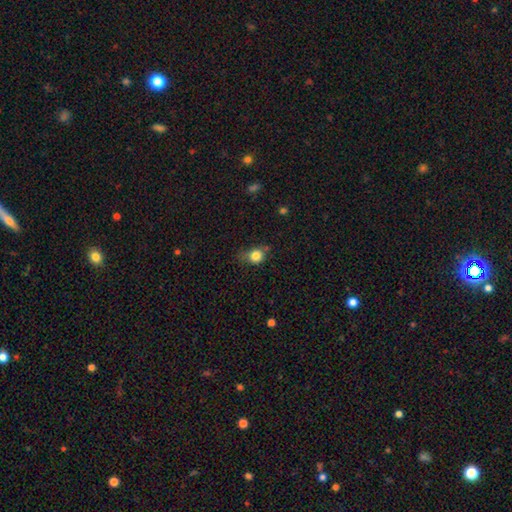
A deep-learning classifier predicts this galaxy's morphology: A smooth galaxy with no disk features (81%) that is round (75%). Merging: none (53%).